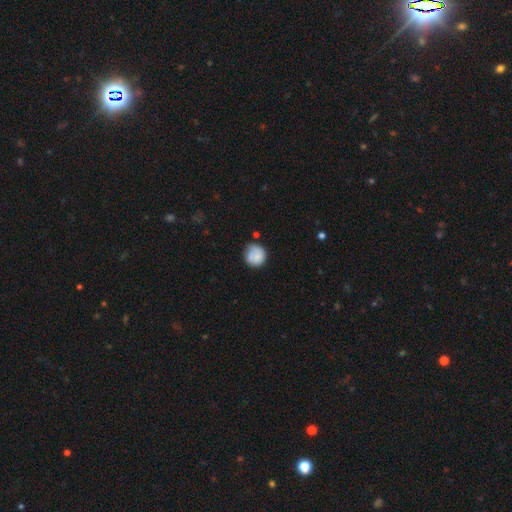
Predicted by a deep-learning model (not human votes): This is likely a smooth galaxy (78%). How rounded: clearly round (89%). Merging: likely none (63%).